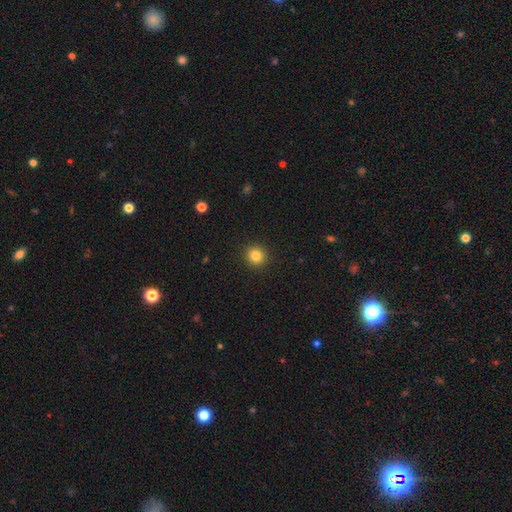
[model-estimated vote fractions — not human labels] This is clearly a smooth galaxy (84%). How rounded: clearly round (92%). Merging: clearly none (92%).